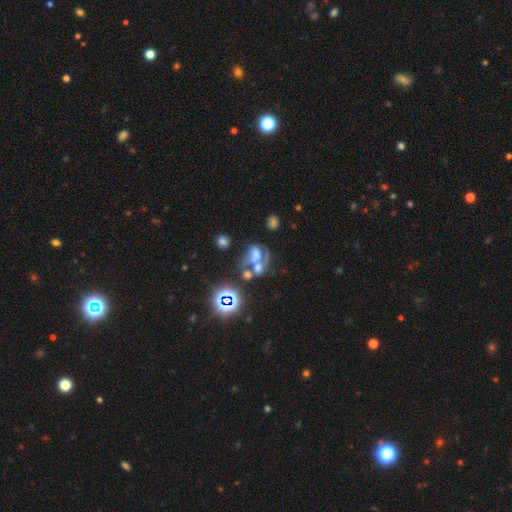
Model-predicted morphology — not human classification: featured or disk 40%, smooth 31%, star or artifact 29%. Down the decision tree: merging — merger (45%).